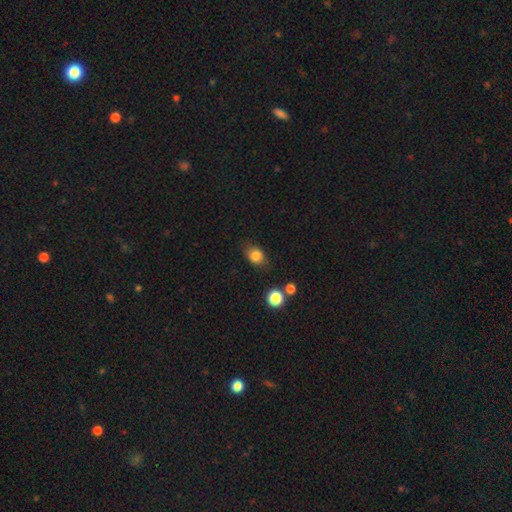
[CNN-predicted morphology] This appears to be a smooth galaxy with no disk features (82%) that is in between round and cigar-shaped (58%). Merging: none (73%).